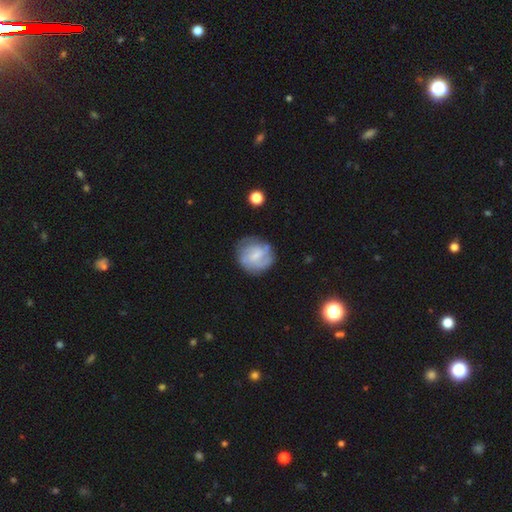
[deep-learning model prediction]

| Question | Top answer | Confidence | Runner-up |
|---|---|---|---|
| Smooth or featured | featured or disk | 60% | smooth (33%) |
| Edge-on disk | no | 98% | yes (2%) |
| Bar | weak | 52% | no (34%) |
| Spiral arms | yes | 78% | no (22%) |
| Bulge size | small | 42% | moderate (30%) |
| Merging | none | 66% | minor disturbance (21%) |